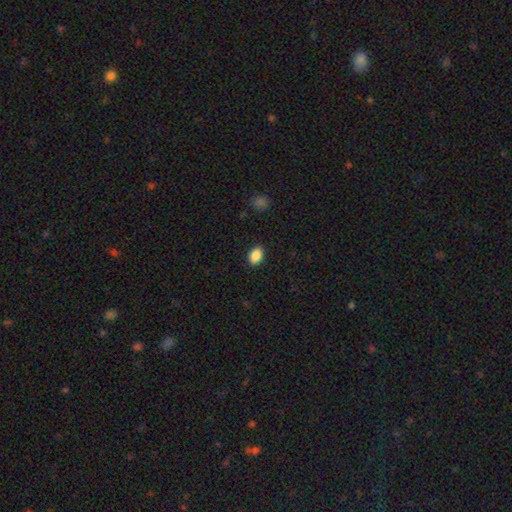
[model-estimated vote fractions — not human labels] smooth_or_featured: smooth (p=0.89) [alt: star or artifact p=0.08]
how_rounded: in between (p=0.81) [alt: round p=0.18]
merging: none (p=0.89) [alt: minor disturbance p=0.08]